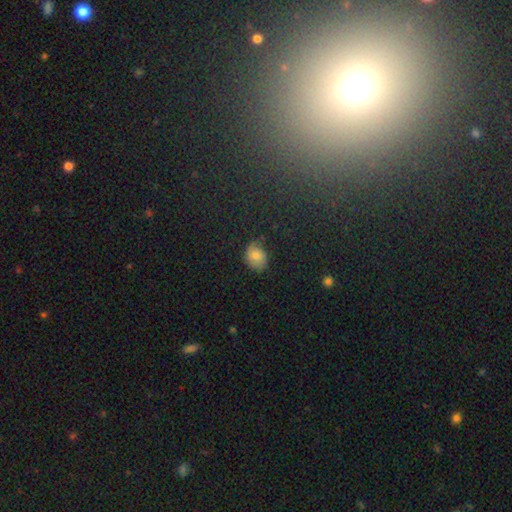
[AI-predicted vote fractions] smooth 76%, star or artifact 12%, featured or disk 12%. Down the decision tree: how rounded — in between (59%); merging — none (68%).